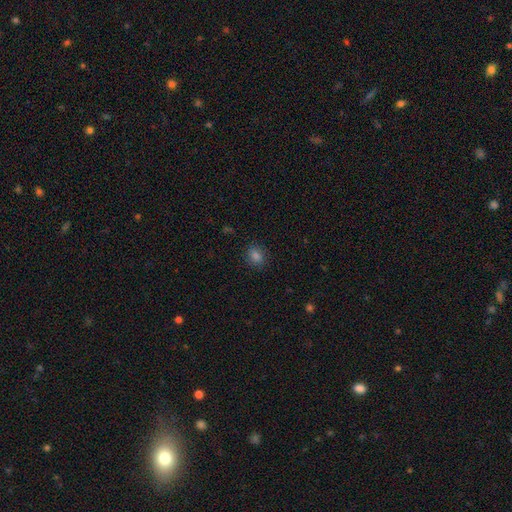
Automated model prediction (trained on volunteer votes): Overall: smooth (81%). How rounded: in between (57%; round 42%). Merging: none (87%).